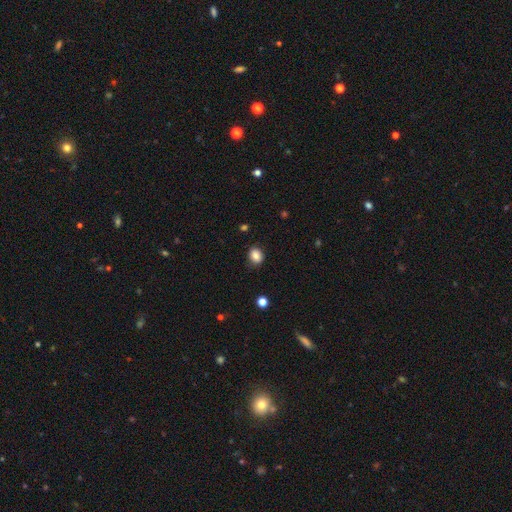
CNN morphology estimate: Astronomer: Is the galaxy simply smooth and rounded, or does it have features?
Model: smooth — 84%.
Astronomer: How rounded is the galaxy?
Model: round — 61% (runner-up: in between, 38%).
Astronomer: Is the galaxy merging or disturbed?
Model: none — 85%.